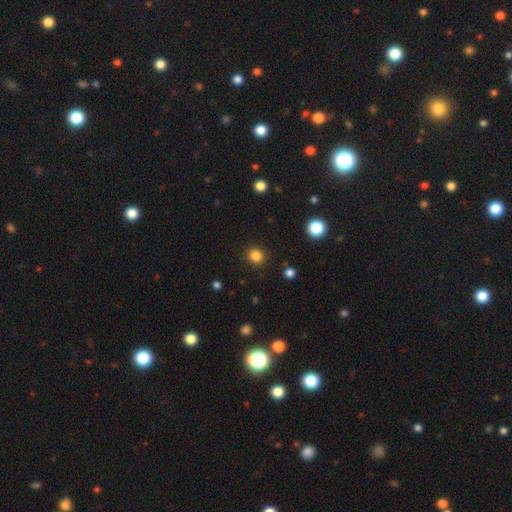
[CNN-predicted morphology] type=smooth (83%); roundness=round (91%); merging=none (91%).